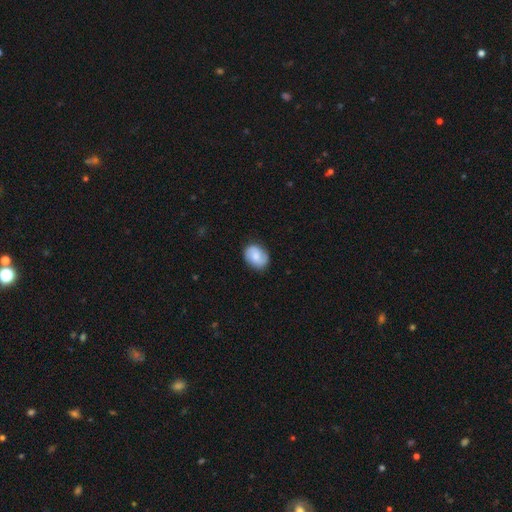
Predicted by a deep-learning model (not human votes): smooth 51%, featured or disk 41%, star or artifact 7%. Down the decision tree: how rounded — in between (56%); merging — none (83%).